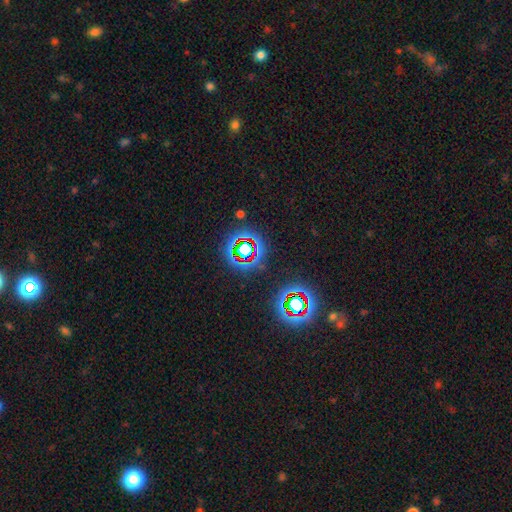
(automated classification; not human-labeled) A star or artifact, not a galaxy (59%).